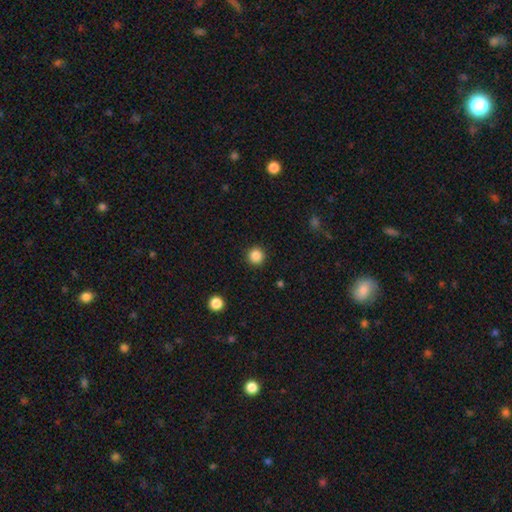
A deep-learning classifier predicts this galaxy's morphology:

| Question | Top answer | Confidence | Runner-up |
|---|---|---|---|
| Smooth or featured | smooth | 86% | star or artifact (11%) |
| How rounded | round | 95% | in between (4%) |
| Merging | none | 92% | minor disturbance (5%) |